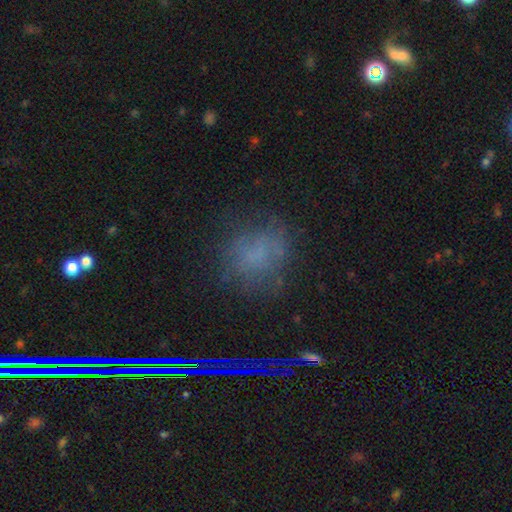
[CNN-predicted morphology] Smooth or featured: smooth — 51% (star or artifact — 30%)
How rounded: round — 69% (in between — 29%)
Merging: none — 69% (minor disturbance — 19%)